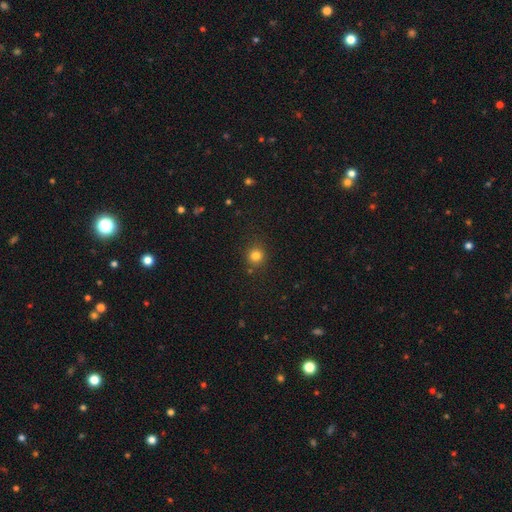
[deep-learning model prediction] The model was most divided on "smooth or featured": smooth: 81%, star or artifact: 14%, featured or disk: 5%. More confident: how rounded — round (91%); merging — none (85%).